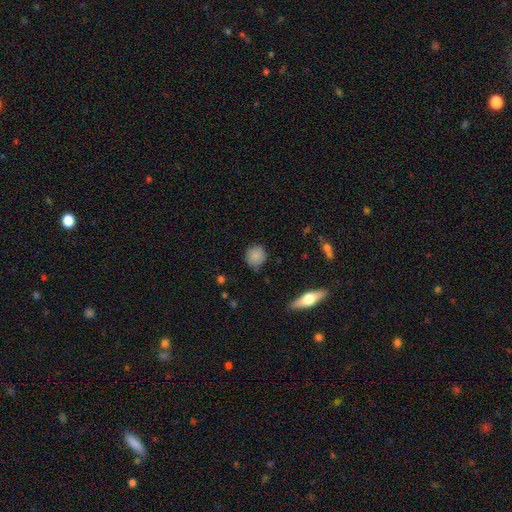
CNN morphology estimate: type=smooth (84%); roundness=round (88%); merging=none (81%).